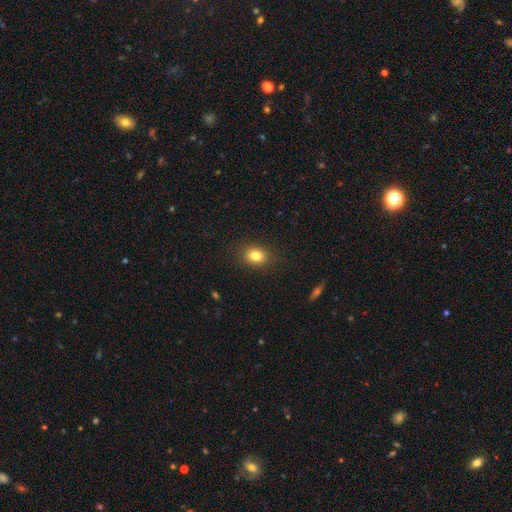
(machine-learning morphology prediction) Overall: smooth (82%). How rounded: in between (51%; round 48%). Merging: none (87%).